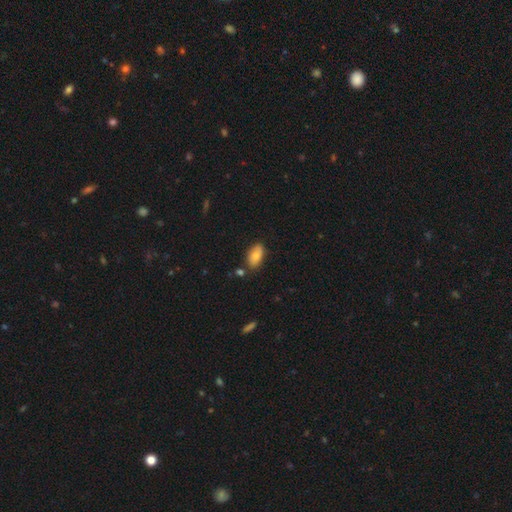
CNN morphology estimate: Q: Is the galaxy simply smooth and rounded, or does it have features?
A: smooth — 79%.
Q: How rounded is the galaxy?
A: in between — 92%.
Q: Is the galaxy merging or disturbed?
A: none — 78%.